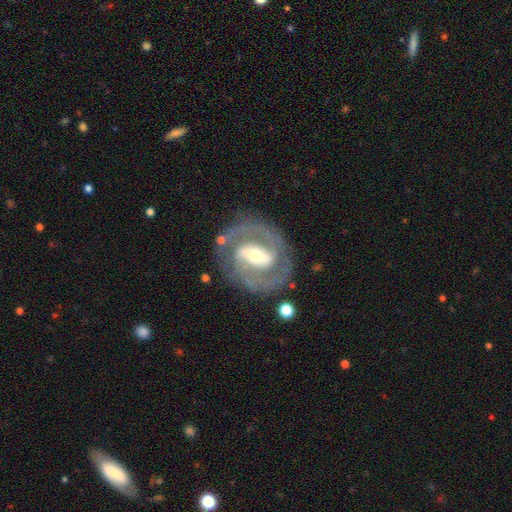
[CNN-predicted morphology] This is clearly a featured or disk galaxy (89%). It is clearly not viewed edge-on (97%). Bar: possibly strong (55%). Spiral arm pattern: clearly yes (95%). Spiral arm count: clearly 2 (88%). Spiral winding: possibly medium (48%). Central bulge: possibly moderate (50%). Merging: likely none (80%).